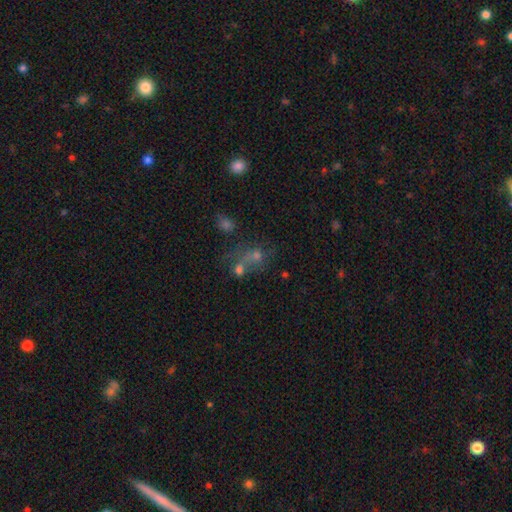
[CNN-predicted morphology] Smooth or featured?
  - smooth: 54% *
  - star or artifact: 26%
  - featured or disk: 19%
How rounded?
  - round: 64% *
  - in between: 34%
  - cigar-shaped: 2%
Merging?
  - merger: 45% *
  - none: 33%
  - major disturbance: 11%
  - minor disturbance: 10%